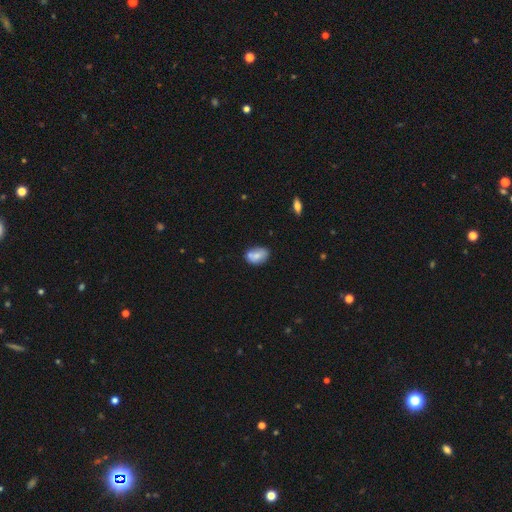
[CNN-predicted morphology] Q: Smooth or featured?
A: smooth (73%); runner-up: featured or disk (19%)
Q: How rounded?
A: in between (84%); runner-up: round (15%)
Q: Merging?
A: none (54%); runner-up: merger (21%)